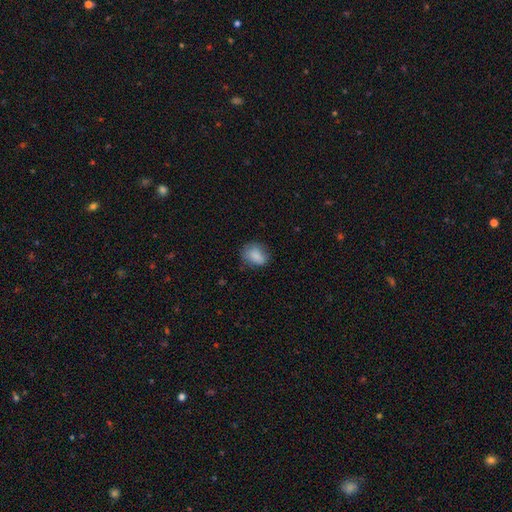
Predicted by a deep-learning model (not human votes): Q: Smooth or featured?
A: smooth (85%); runner-up: star or artifact (8%)
Q: How rounded?
A: in between (64%); runner-up: round (35%)
Q: Merging?
A: none (66%); runner-up: minor disturbance (25%)